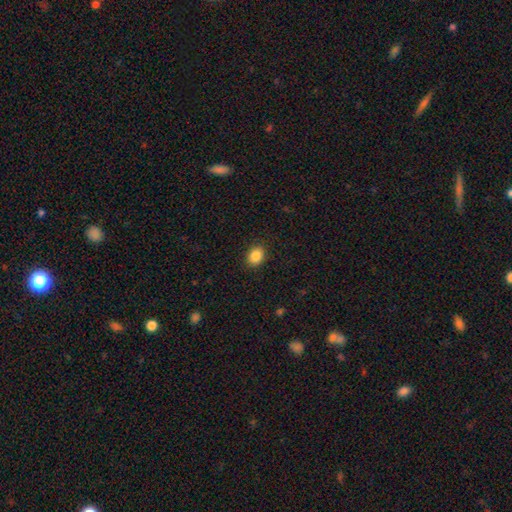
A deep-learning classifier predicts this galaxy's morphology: Smooth or featured? smooth (87%)
How rounded? in between (59%)
Merging? none (90%)